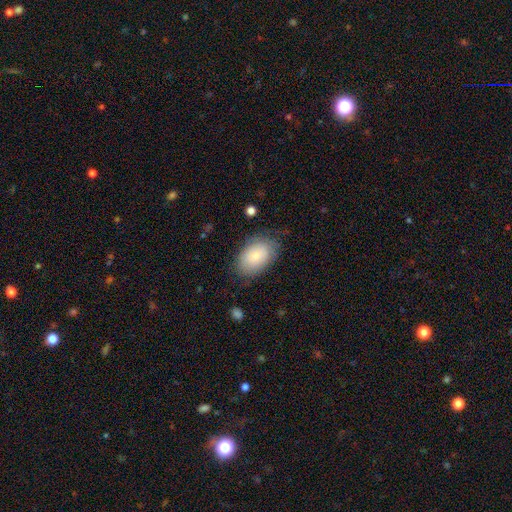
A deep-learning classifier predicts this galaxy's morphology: Q: Smooth or featured?
A: smooth (78%); runner-up: featured or disk (15%)
Q: How rounded?
A: in between (90%); runner-up: round (9%)
Q: Merging?
A: none (72%); runner-up: minor disturbance (20%)